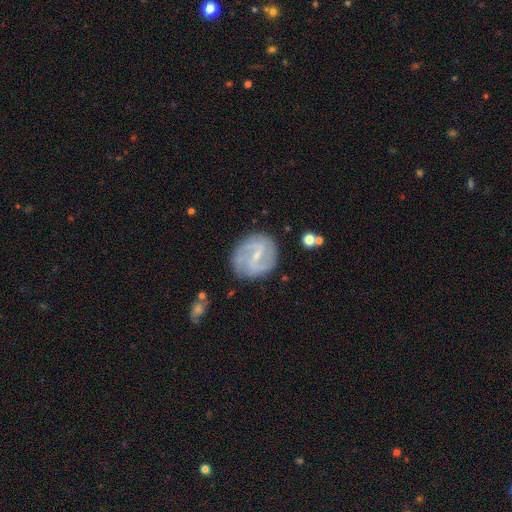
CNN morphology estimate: The model was most divided on "spiral winding": medium: 44%, loose: 31%, tight: 25%. More confident: edge-on disk — no (97%); spiral arms — yes (89%); spiral arm count — 2 (78%); merging — none (77%); smooth or featured — featured or disk (77%); bulge size — small (72%); bar — weak (55%).